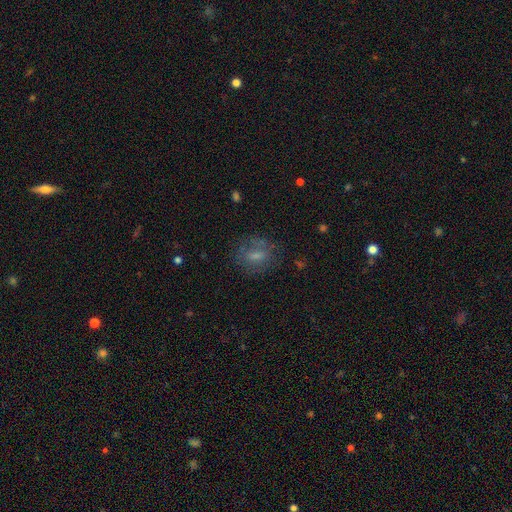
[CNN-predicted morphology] A smooth galaxy with no disk features (56%) that is in between round and cigar-shaped (57%). Merging: none (65%).